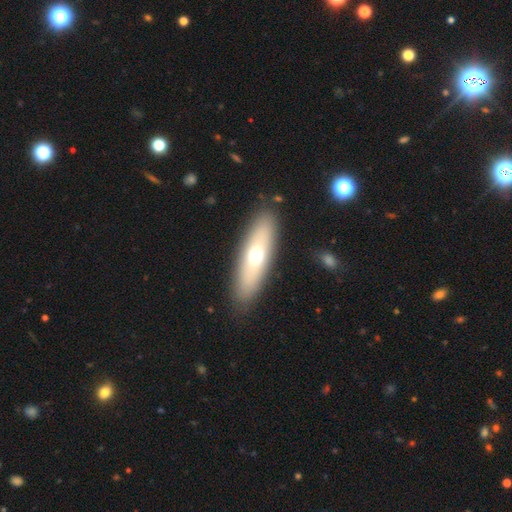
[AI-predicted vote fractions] smooth-or-featured: smooth: 60% | featured or disk: 33% | star or artifact: 7%
  how-rounded: in between: 50% | cigar-shaped: 47% | round: 3%
  merging: none: 88% | minor disturbance: 8% | major disturbance: 3% | merger: 1%